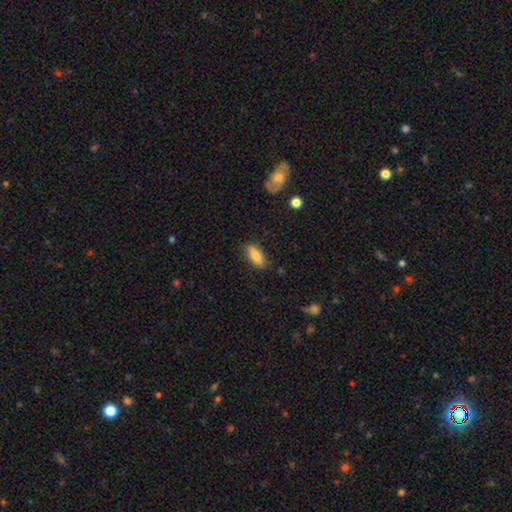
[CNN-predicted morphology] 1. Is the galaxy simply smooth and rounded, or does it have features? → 78% smooth, 15% featured or disk, 7% star or artifact.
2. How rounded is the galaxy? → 76% in between, 21% cigar-shaped, 3% round.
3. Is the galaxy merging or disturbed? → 79% none, 16% minor disturbance, 3% major disturbance, 2% merger.